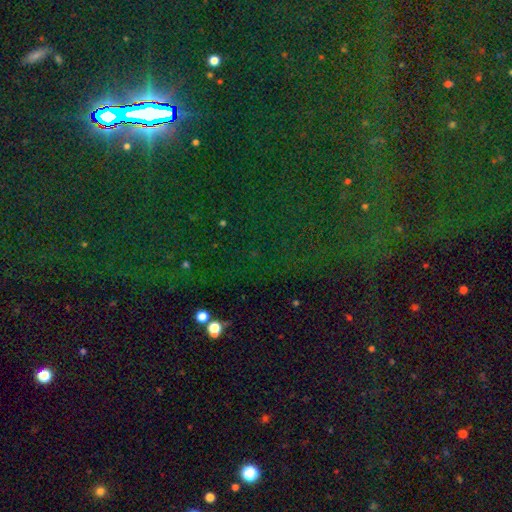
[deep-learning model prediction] Smooth or featured? star or artifact (81%)